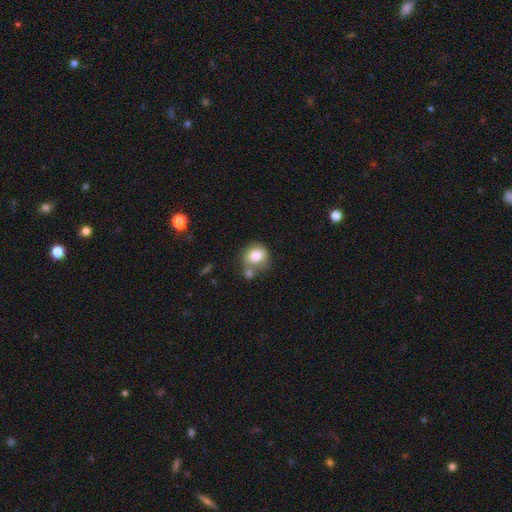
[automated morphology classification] Smooth or featured?
  - smooth: 80% *
  - featured or disk: 11%
  - star or artifact: 9%
How rounded?
  - round: 72% *
  - in between: 27%
  - cigar-shaped: 1%
Merging?
  - none: 49% *
  - merger: 29%
  - minor disturbance: 16%
  - major disturbance: 6%